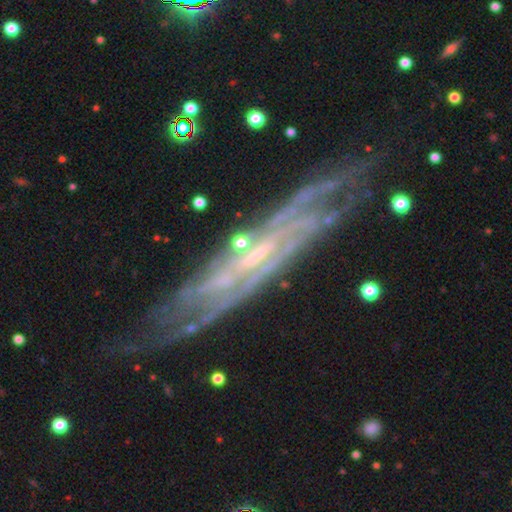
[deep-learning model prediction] Overall: featured or disk (85%). Edge-on disk: no (64%; yes 36%). Bar: weak (38%; no 35%). Spiral arms: yes (95%). Spiral arm count: can't tell (35%; 2 32%). Spiral winding: tight (53%; medium 35%). Bulge size: small (67%). Merging: none (73%).